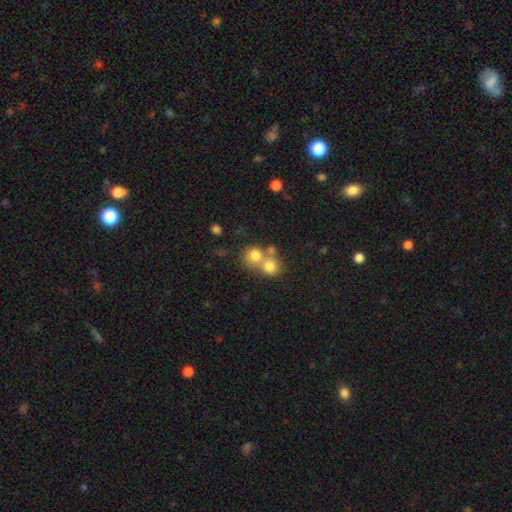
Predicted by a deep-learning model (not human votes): A smooth galaxy with no disk features (74%) that is round (84%).

Vote fractions:
- Smooth or featured? smooth: 74% / featured or disk: 13% / star or artifact: 12%
- How rounded? round: 84% / in between: 15% / cigar-shaped: 1%
- Merging? merger: 54% / none: 37% / minor disturbance: 6% / major disturbance: 3%